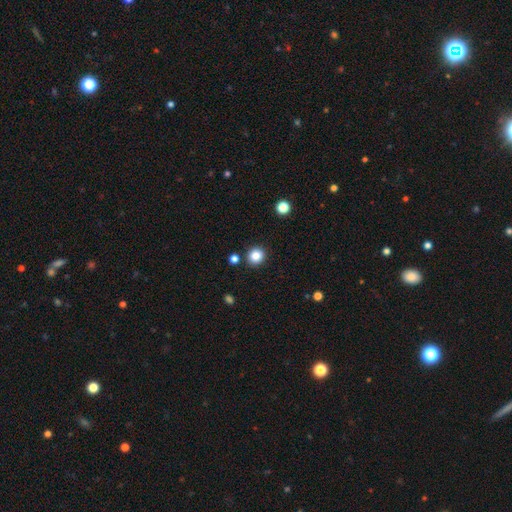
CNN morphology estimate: Smooth or featured? smooth (84%)
How rounded? round (88%)
Merging? none (89%)